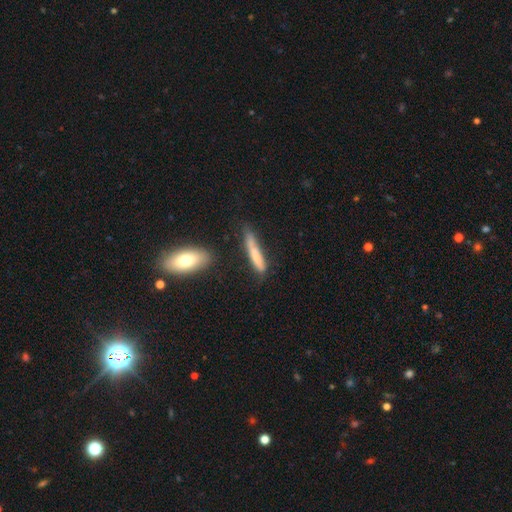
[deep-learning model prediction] The model was most divided on "merging": none: 58%, minor disturbance: 26%, major disturbance: 8%, merger: 8%. More confident: how rounded — cigar-shaped (89%); smooth or featured — smooth (70%).